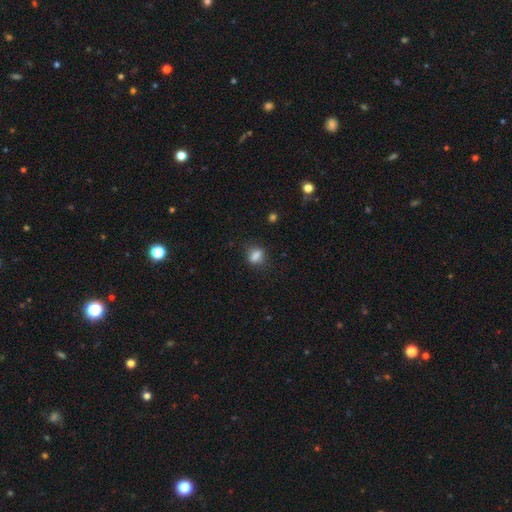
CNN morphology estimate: smooth_or_featured: smooth (p=0.80) [alt: star or artifact p=0.10]
how_rounded: in between (p=0.64) [alt: round p=0.27]
merging: none (p=0.75) [alt: minor disturbance p=0.16]